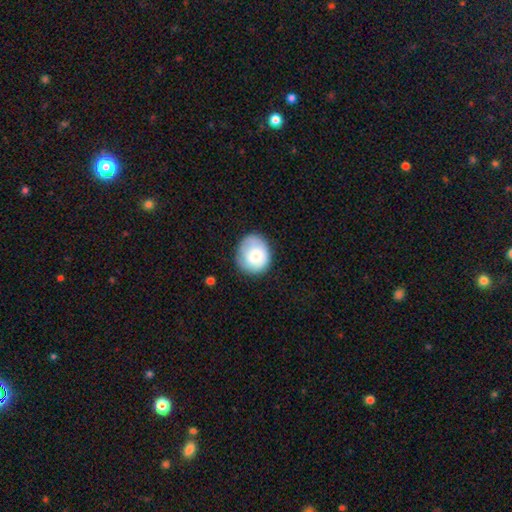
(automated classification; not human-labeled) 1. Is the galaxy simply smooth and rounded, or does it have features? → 76% smooth, 17% featured or disk, 7% star or artifact.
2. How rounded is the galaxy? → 73% round, 26% in between, 1% cigar-shaped.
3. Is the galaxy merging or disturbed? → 73% none, 20% minor disturbance, 5% major disturbance, 1% merger.